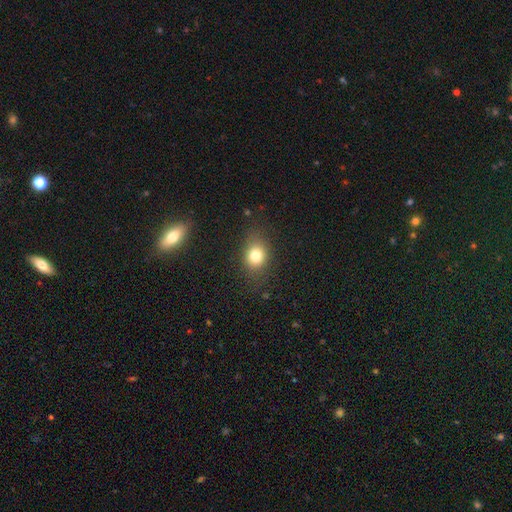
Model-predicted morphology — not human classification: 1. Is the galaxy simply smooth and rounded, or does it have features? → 77% smooth, 13% star or artifact, 10% featured or disk.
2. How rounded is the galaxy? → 51% round, 48% in between, 1% cigar-shaped.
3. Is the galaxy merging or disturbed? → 81% none, 13% minor disturbance, 5% major disturbance, 1% merger.